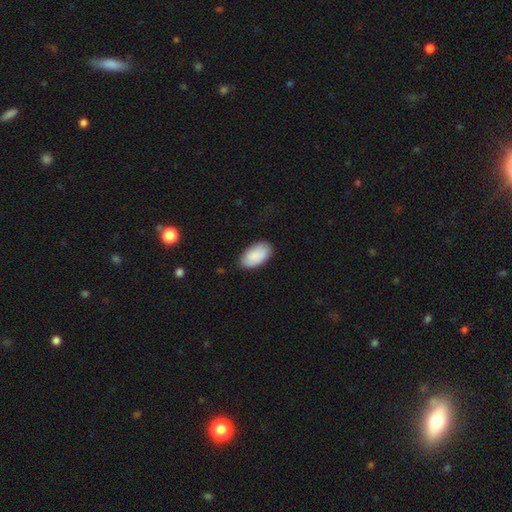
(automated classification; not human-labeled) The model was most divided on "merging": none: 83%, minor disturbance: 13%, major disturbance: 3%, merger: 1%. More confident: how rounded — in between (96%); smooth or featured — smooth (88%).